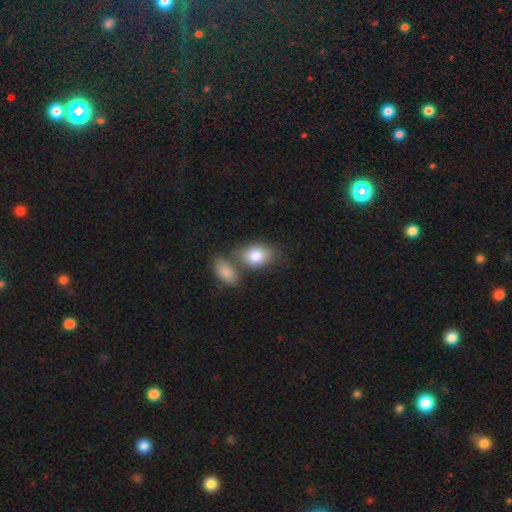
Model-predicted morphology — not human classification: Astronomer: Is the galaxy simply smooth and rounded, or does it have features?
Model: smooth — 81%.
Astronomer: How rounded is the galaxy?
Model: in between — 79%.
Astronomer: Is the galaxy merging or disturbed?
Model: none — 46% (runner-up: merger, 33%).